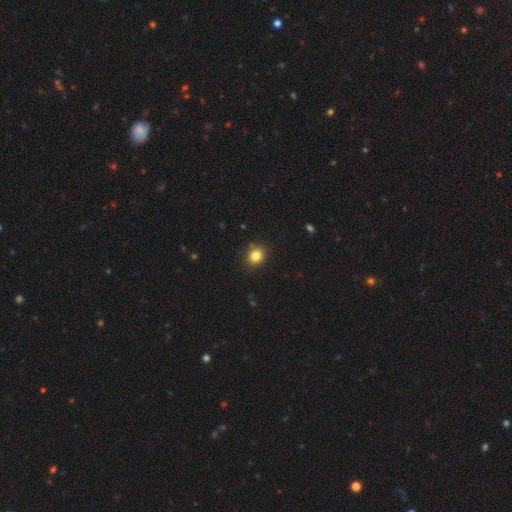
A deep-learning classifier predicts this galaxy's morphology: Q: Smooth or featured?
A: smooth (83%); runner-up: star or artifact (11%)
Q: How rounded?
A: round (72%); runner-up: in between (27%)
Q: Merging?
A: none (87%); runner-up: minor disturbance (9%)